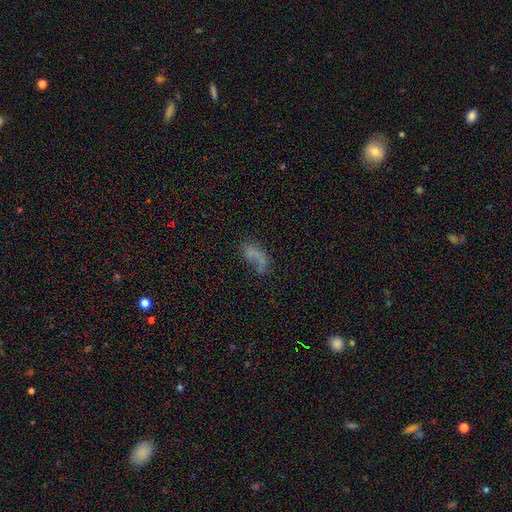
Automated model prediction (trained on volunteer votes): This appears to be a smooth galaxy with no disk features (54%) that is in between round and cigar-shaped (87%). Merging: none (38%).